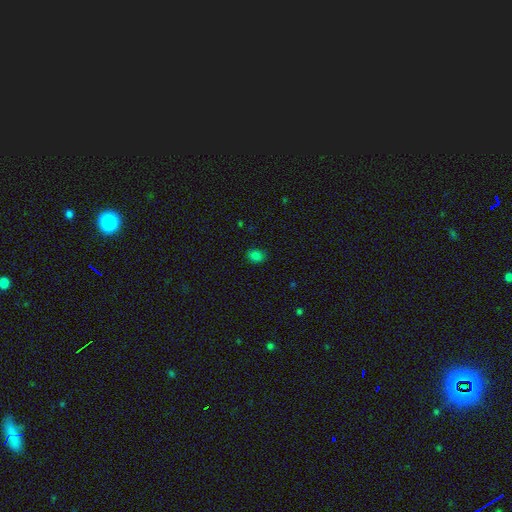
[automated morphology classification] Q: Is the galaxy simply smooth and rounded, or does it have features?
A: smooth — 81%.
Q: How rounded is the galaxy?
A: in between — 53%.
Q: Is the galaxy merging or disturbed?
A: none — 85%.